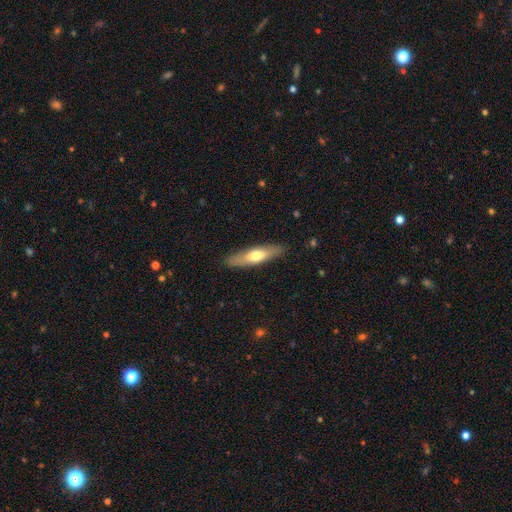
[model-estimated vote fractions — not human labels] A smooth galaxy with no disk features (58%) that is cigar-shaped (70%). Merging: none (87%).